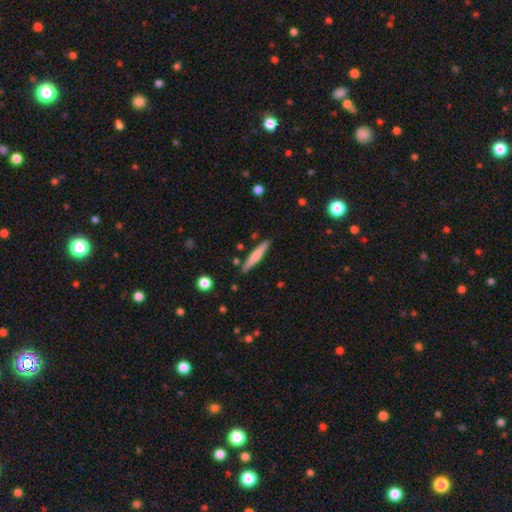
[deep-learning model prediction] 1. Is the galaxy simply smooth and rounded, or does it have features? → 64% smooth, 30% featured or disk, 6% star or artifact.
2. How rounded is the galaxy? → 93% cigar-shaped, 6% in between, 1% round.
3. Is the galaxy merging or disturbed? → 87% none, 9% minor disturbance, 3% merger, 2% major disturbance.